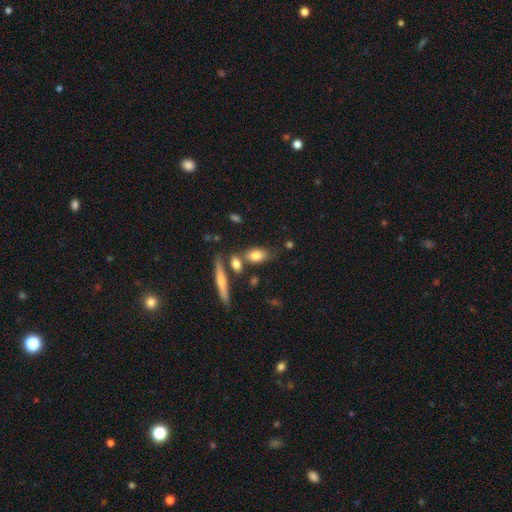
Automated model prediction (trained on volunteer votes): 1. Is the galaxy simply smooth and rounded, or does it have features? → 75% smooth, 17% featured or disk, 8% star or artifact.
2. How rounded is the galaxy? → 81% in between, 11% cigar-shaped, 7% round.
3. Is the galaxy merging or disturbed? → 61% none, 19% merger, 15% minor disturbance, 5% major disturbance.